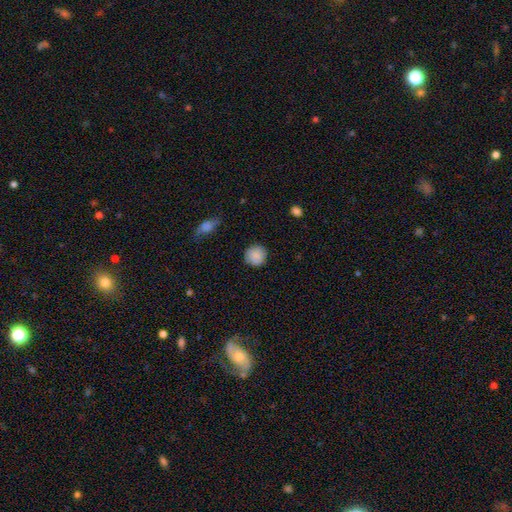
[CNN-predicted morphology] This is clearly a smooth galaxy (87%). How rounded: clearly round (91%). Merging: clearly none (84%).